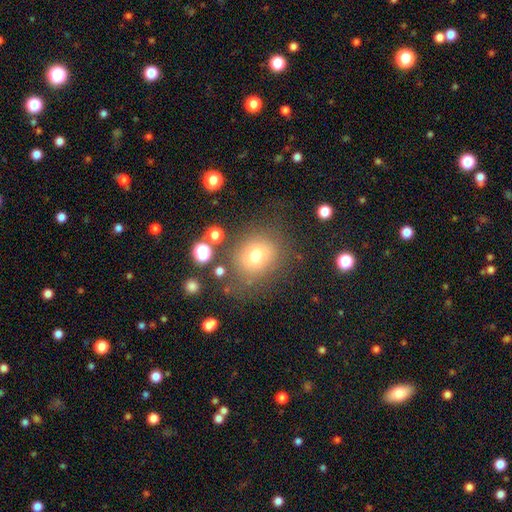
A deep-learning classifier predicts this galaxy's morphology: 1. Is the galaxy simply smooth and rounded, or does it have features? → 72% smooth, 15% star or artifact, 13% featured or disk.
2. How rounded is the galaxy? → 72% round, 27% in between, 1% cigar-shaped.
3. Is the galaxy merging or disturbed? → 74% none, 13% minor disturbance, 8% major disturbance, 4% merger.